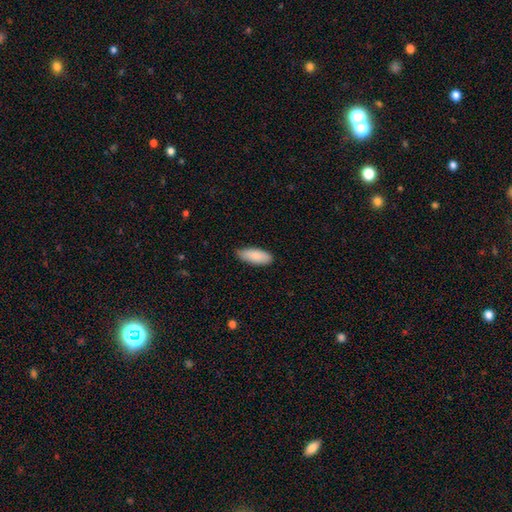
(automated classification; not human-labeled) Smooth or featured? Predicted: smooth (p=0.87). How rounded? Predicted: in between (p=0.80). Merging? Predicted: none (p=0.81).